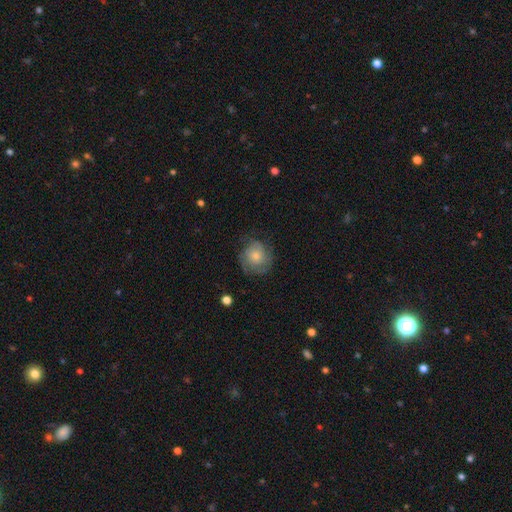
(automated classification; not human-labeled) Smooth or featured?
  - smooth: 52% *
  - featured or disk: 40%
  - star or artifact: 8%
How rounded?
  - round: 85% *
  - in between: 14%
  - cigar-shaped: 1%
Merging?
  - none: 67% *
  - minor disturbance: 22%
  - major disturbance: 10%
  - merger: 1%